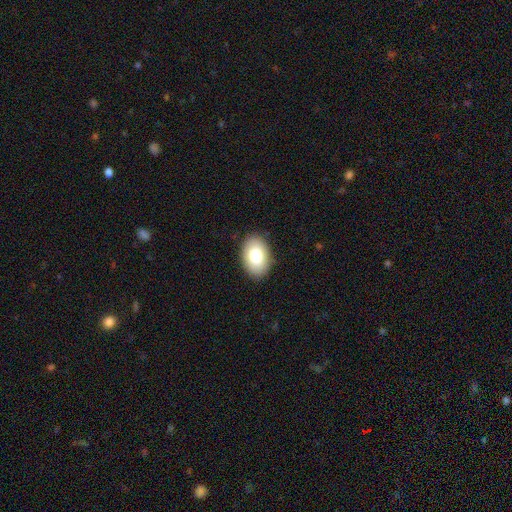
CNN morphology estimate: Overall: smooth (80%). How rounded: in between (86%). Merging: none (89%).